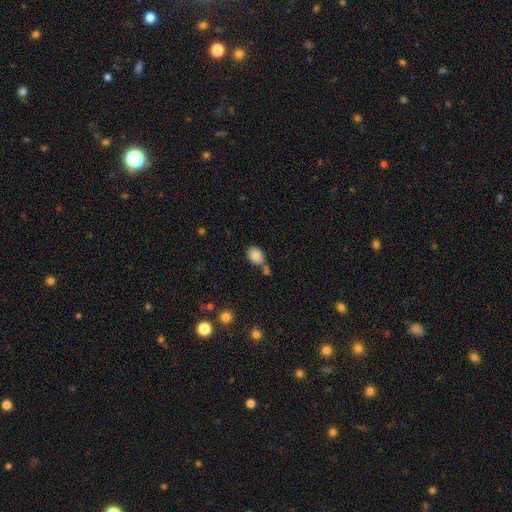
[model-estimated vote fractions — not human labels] Smooth or featured? Predicted: smooth (p=0.85). How rounded? Predicted: in between (p=0.73). Merging? Predicted: none (p=0.50).